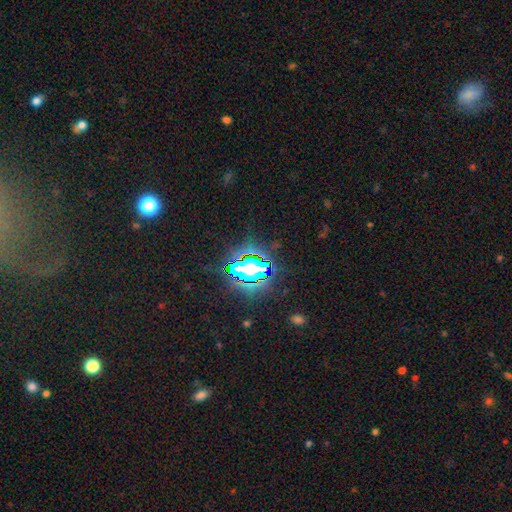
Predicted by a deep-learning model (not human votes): Q: Smooth or featured?
A: star or artifact (80%); runner-up: smooth (12%)